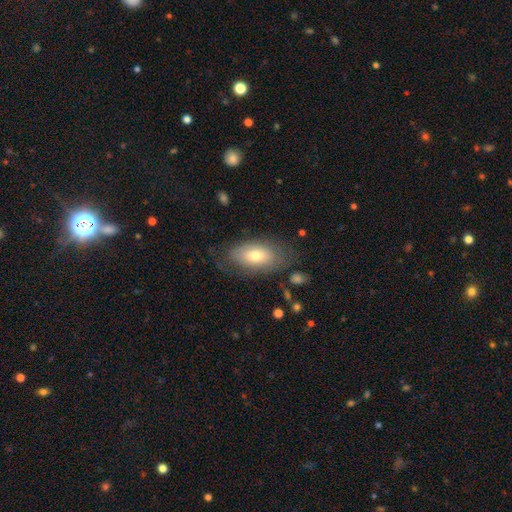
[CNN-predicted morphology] This appears to be a smooth galaxy with no disk features (66%) that is in between round and cigar-shaped (92%). Merging: none (68%).